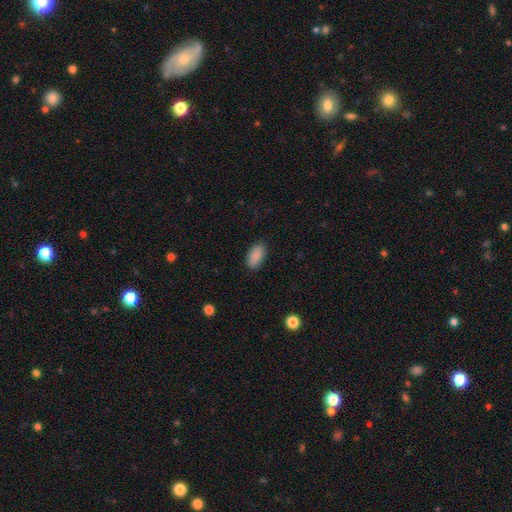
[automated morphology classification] This appears to be a smooth galaxy with no disk features (89%) that is in between round and cigar-shaped (93%). Merging: none (86%).